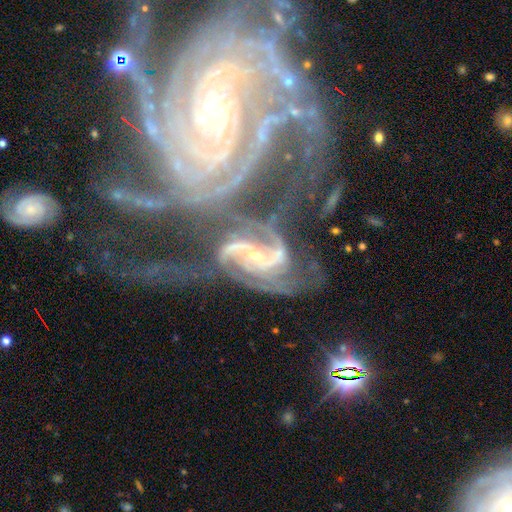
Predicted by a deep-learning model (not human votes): smooth-or-featured: featured or disk: 89% | star or artifact: 7% | smooth: 4%
  disk-edge-on: no: 97% | yes: 3%
    bar: weak: 36% | no: 34% | strong: 30%
    has-spiral-arms: yes: 97% | no: 3%
      spiral-winding: medium: 45% | tight: 33% | loose: 22%
      spiral-arm-count: 2: 54% | 3: 14% | can't tell: 13% | 4: 6% | 1: 6% | more than 4: 6%
    bulge-size: small: 67% | moderate: 26% | none: 4% | large: 2% | dominant: 1%
  merging: merger: 56% | major disturbance: 20% | none: 15% | minor disturbance: 10%